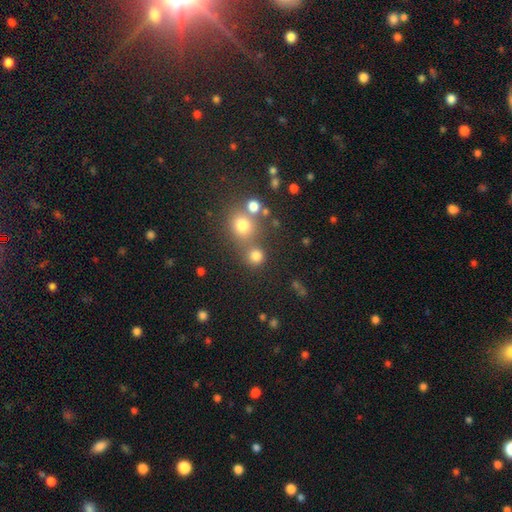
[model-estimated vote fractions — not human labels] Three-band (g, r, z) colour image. It shows a smooth galaxy with no disk features (78%) that is round (89%). Merging: none (65%).